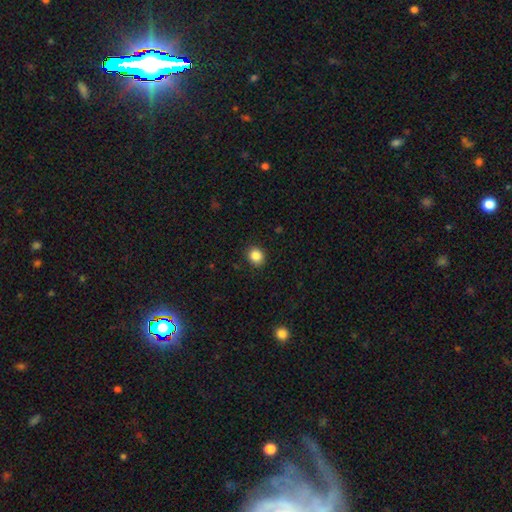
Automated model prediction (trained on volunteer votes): Overall: smooth (86%). How rounded: round (79%). Merging: none (91%).